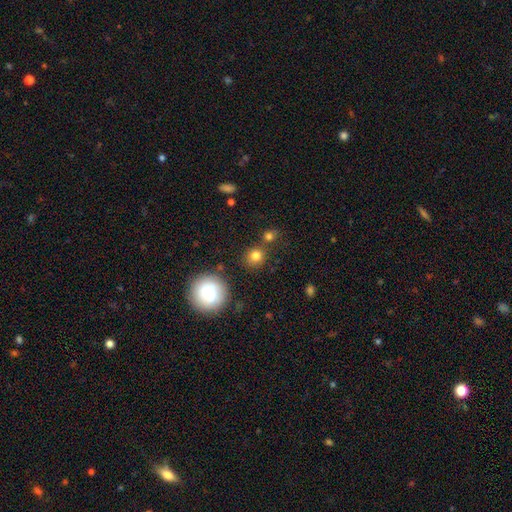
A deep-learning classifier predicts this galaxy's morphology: A smooth galaxy with no disk features (81%) that is round (84%).

Vote fractions:
- Smooth or featured? smooth: 81% / star or artifact: 12% / featured or disk: 7%
- How rounded? round: 84% / in between: 15% / cigar-shaped: 1%
- Merging? none: 74% / merger: 12% / minor disturbance: 10% / major disturbance: 4%